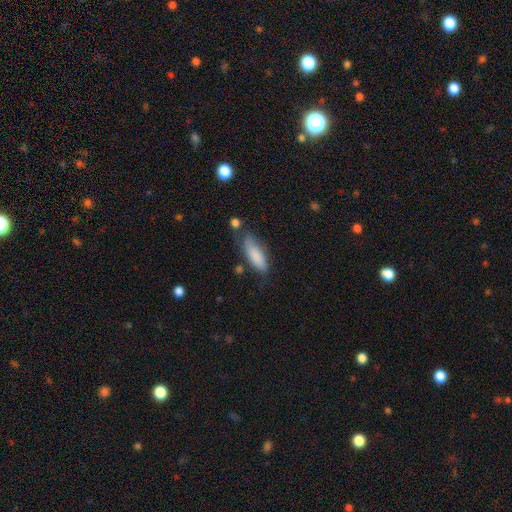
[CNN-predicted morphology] Overall: smooth (83%). How rounded: in between (64%; cigar-shaped 34%). Merging: none (58%; minor disturbance 27%).